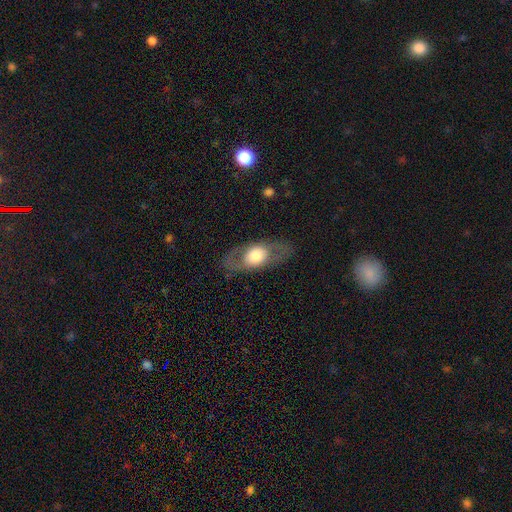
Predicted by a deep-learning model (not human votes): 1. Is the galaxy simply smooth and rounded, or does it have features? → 52% featured or disk, 42% smooth, 5% star or artifact.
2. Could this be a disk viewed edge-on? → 78% no, 22% yes.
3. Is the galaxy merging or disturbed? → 80% none, 11% minor disturbance, 7% major disturbance, 1% merger.